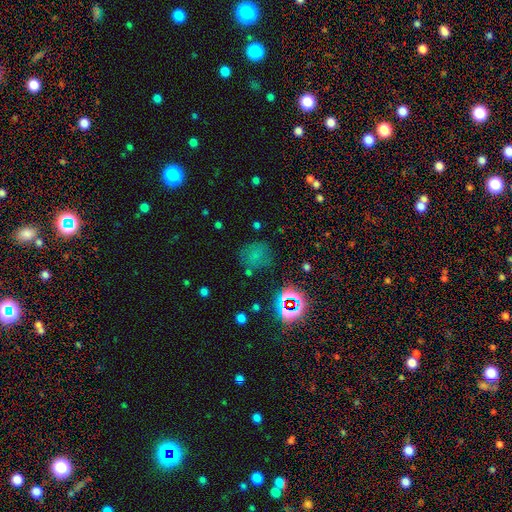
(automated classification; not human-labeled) This appears to be a star or artifact, not a galaxy (46%).